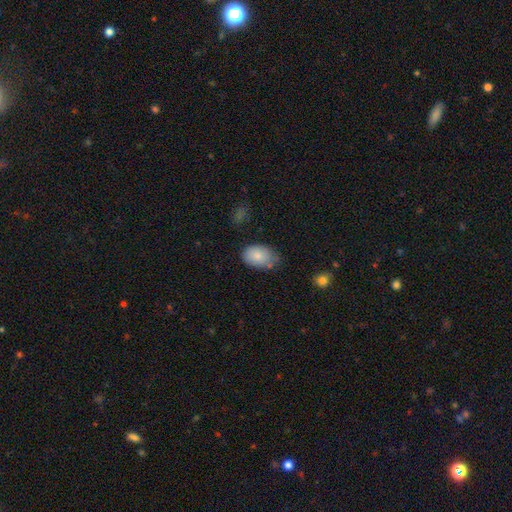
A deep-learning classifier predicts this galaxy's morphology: Smooth or featured: smooth — 84% (featured or disk — 9%)
How rounded: in between — 88% (round — 11%)
Merging: none — 61% (minor disturbance — 29%)